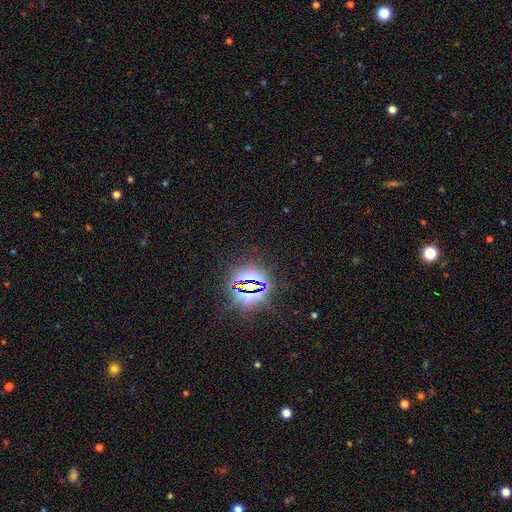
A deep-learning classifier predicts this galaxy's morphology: The model was most divided on "smooth or featured": star or artifact: 84%, smooth: 9%, featured or disk: 7%.